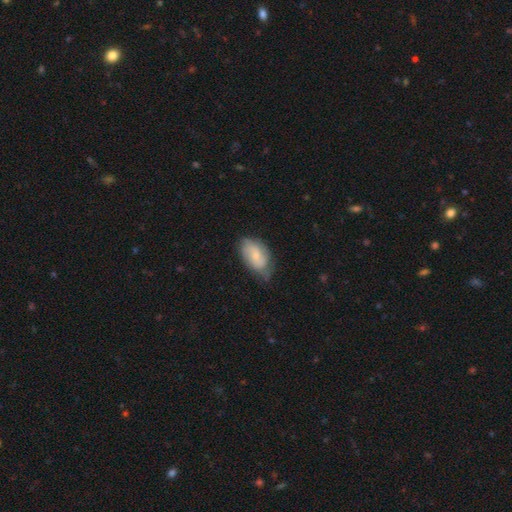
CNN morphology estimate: Smooth or featured: smooth — 59% (featured or disk — 34%)
How rounded: in between — 91% (round — 6%)
Merging: none — 55% (minor disturbance — 34%)